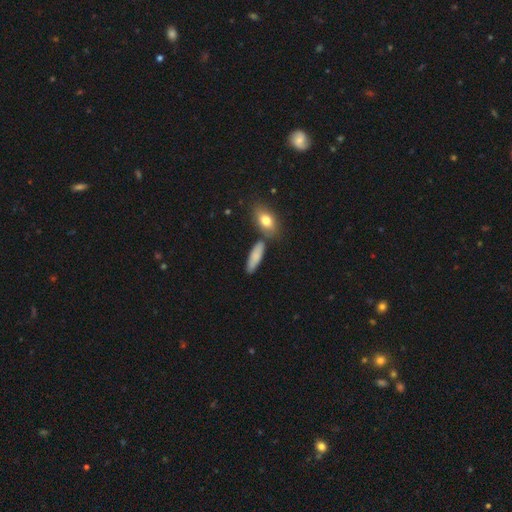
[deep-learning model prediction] Overall: smooth (79%). How rounded: in between (50%; cigar-shaped 47%). Merging: none (72%).